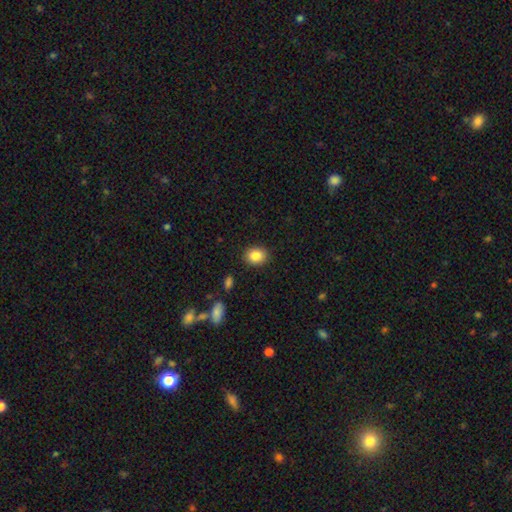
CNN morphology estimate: A smooth galaxy with no disk features (85%) that is round (52%).

Vote fractions:
- Smooth or featured? smooth: 85% / star or artifact: 9% / featured or disk: 6%
- How rounded? round: 52% / in between: 47% / cigar-shaped: 1%
- Merging? none: 89% / minor disturbance: 8% / major disturbance: 2% / merger: 1%